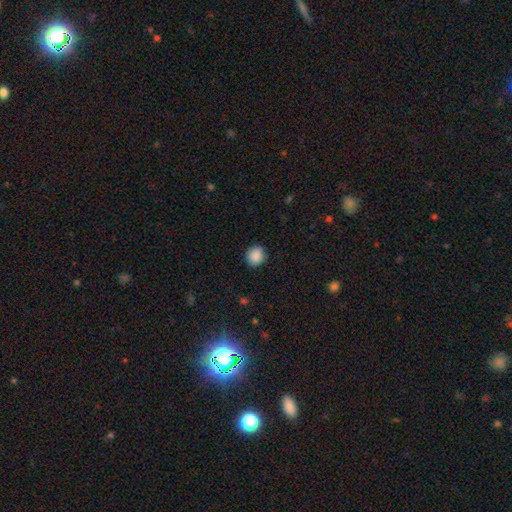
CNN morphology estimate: Smooth or featured: smooth — 89% (star or artifact — 8%)
How rounded: round — 84% (in between — 15%)
Merging: none — 88% (minor disturbance — 9%)